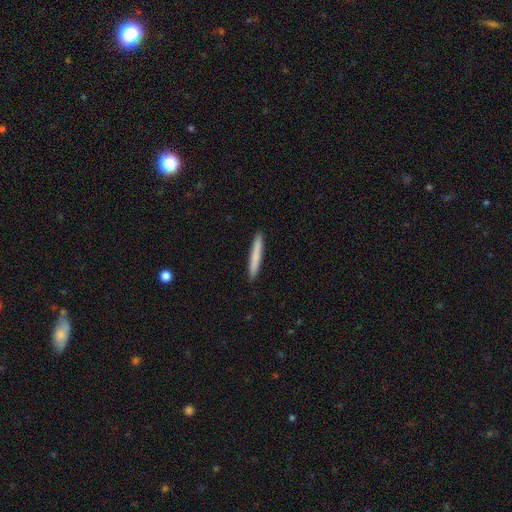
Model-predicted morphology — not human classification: smooth_or_featured: smooth (p=0.76) [alt: featured or disk p=0.19]
how_rounded: cigar-shaped (p=0.96) [alt: in between p=0.03]
merging: none (p=0.92) [alt: minor disturbance p=0.06]